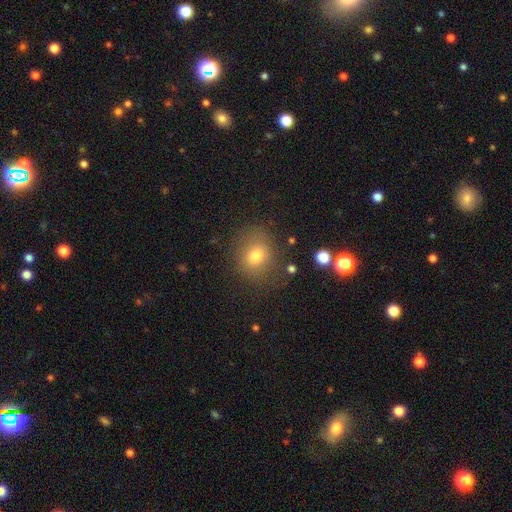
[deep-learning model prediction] Smooth or featured?
  - smooth: 74% *
  - star or artifact: 14%
  - featured or disk: 12%
How rounded?
  - round: 59% *
  - in between: 39%
  - cigar-shaped: 1%
Merging?
  - none: 76% *
  - minor disturbance: 15%
  - major disturbance: 7%
  - merger: 2%